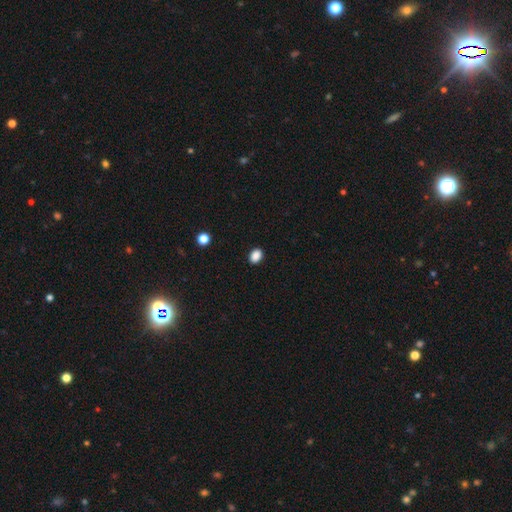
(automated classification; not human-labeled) A smooth galaxy with no disk features (88%) that is in between round and cigar-shaped (70%).

Vote fractions:
- Smooth or featured? smooth: 88% / star or artifact: 9% / featured or disk: 2%
- How rounded? in between: 70% / round: 29% / cigar-shaped: 1%
- Merging? none: 90% / minor disturbance: 7% / major disturbance: 2% / merger: 1%